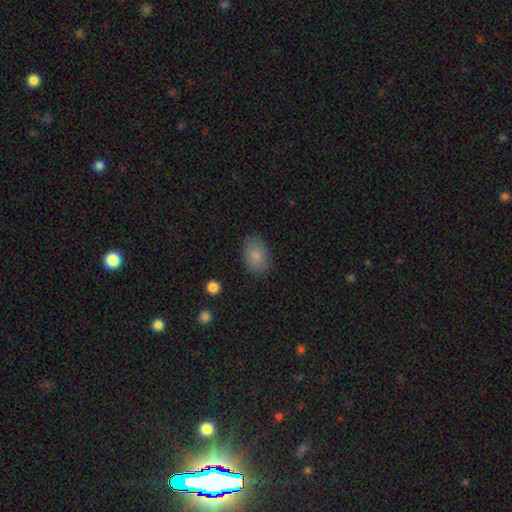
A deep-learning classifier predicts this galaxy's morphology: Smooth or featured?
  - smooth: 85% *
  - star or artifact: 8%
  - featured or disk: 7%
How rounded?
  - in between: 85% *
  - round: 13%
  - cigar-shaped: 1%
Merging?
  - none: 83% *
  - minor disturbance: 12%
  - major disturbance: 3%
  - merger: 1%